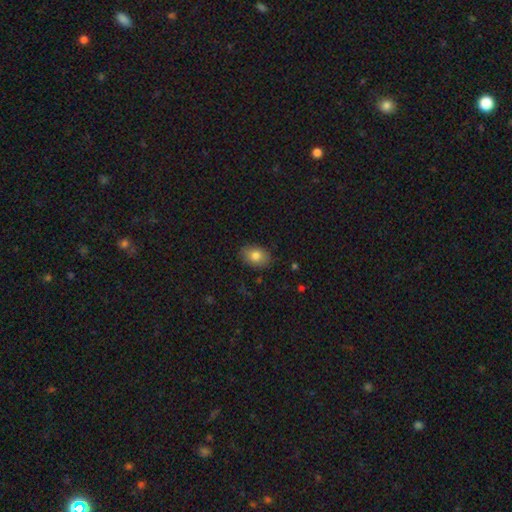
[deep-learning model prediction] This appears to be a smooth galaxy with no disk features (80%) that is in between round and cigar-shaped (78%). Merging: none (86%).